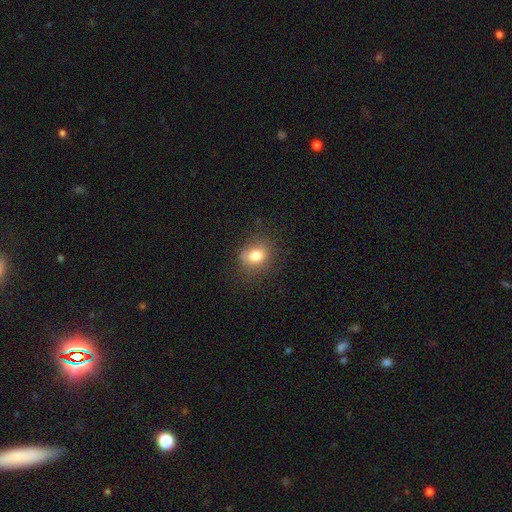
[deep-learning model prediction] Morphology: type=smooth (79%); roundness=round (56%); merging=none (80%).